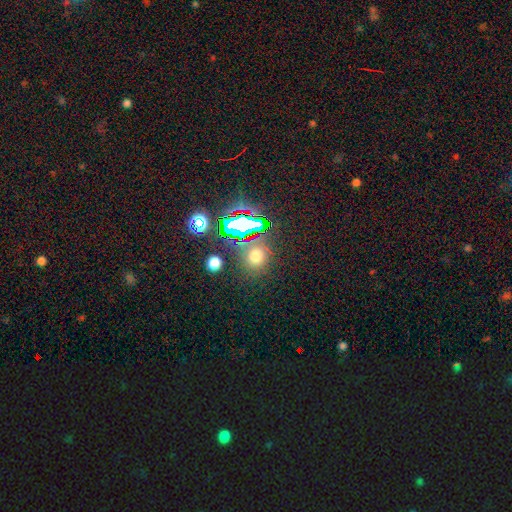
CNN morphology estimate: smooth-or-featured: smooth: 57% | star or artifact: 34% | featured or disk: 9%
  how-rounded: round: 77% | in between: 21% | cigar-shaped: 1%
  merging: none: 76% | minor disturbance: 10% | merger: 8% | major disturbance: 5%